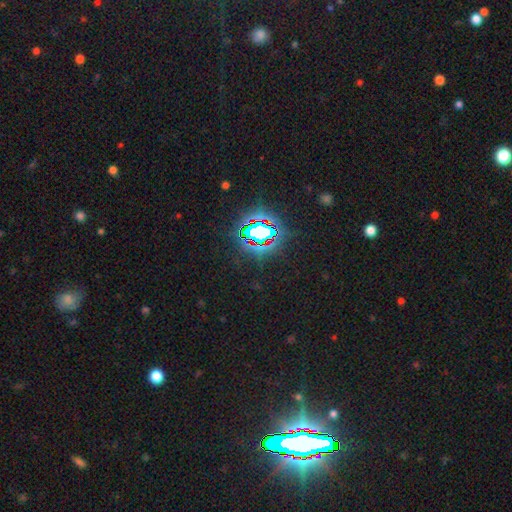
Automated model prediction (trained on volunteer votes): smooth-or-featured: star or artifact: 85% | smooth: 8% | featured or disk: 7%